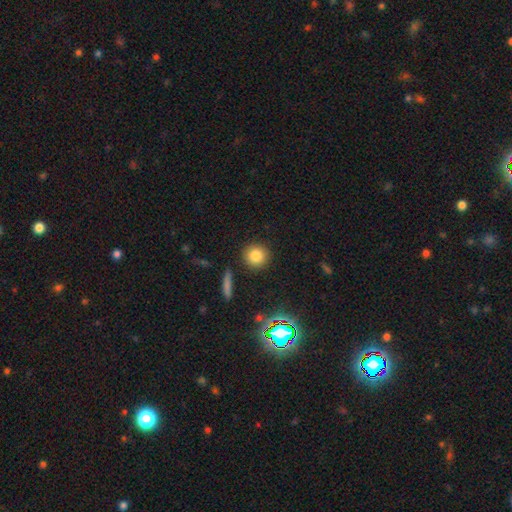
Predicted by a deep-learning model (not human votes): Smooth or featured?
  - smooth: 82% *
  - star or artifact: 12%
  - featured or disk: 7%
How rounded?
  - round: 92% *
  - in between: 6%
  - cigar-shaped: 1%
Merging?
  - none: 89% *
  - minor disturbance: 6%
  - merger: 3%
  - major disturbance: 2%